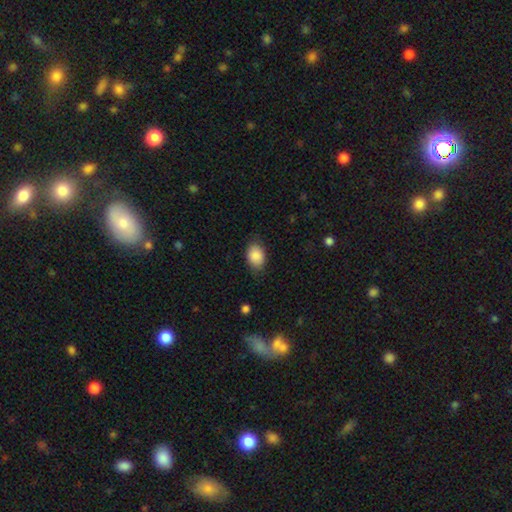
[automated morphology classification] smooth 88%, star or artifact 7%, featured or disk 5%. Down the decision tree: how rounded — in between (79%); merging — none (77%).